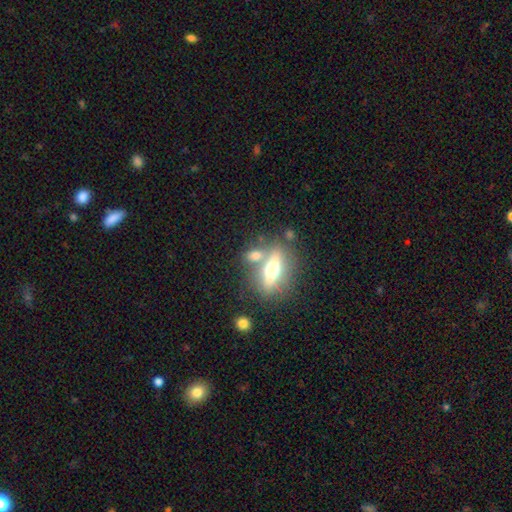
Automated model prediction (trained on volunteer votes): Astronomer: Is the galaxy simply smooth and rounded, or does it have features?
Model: smooth — 48% (runner-up: featured or disk, 41%).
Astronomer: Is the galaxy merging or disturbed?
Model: none — 58%.